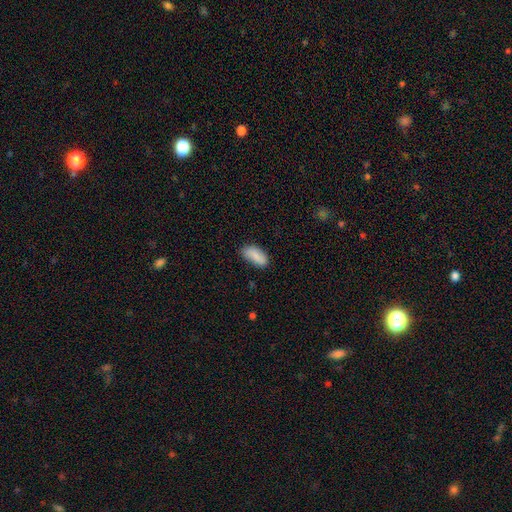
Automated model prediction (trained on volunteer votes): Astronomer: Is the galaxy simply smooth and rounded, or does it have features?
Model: smooth — 84%.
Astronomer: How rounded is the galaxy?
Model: in between — 88%.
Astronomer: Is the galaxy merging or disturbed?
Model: none — 76%.